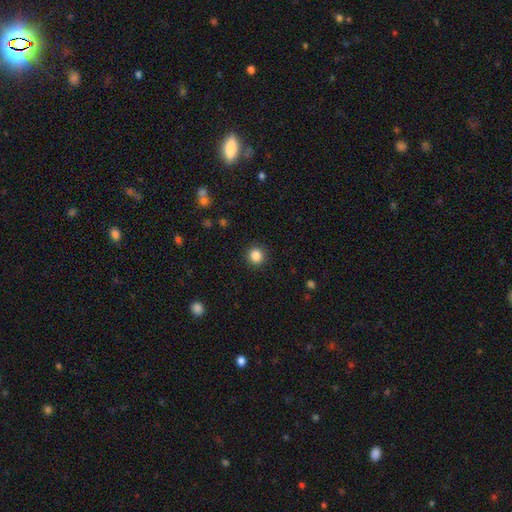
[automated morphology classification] A smooth galaxy with no disk features (84%) that is round (93%). Merging: none (92%).